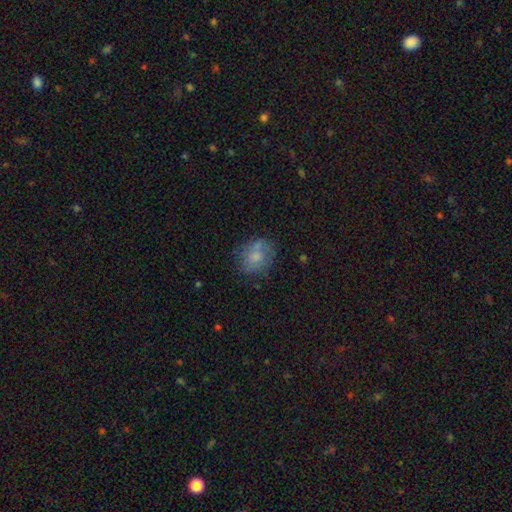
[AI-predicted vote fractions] Smooth or featured?
  - smooth: 64% *
  - featured or disk: 26%
  - star or artifact: 9%
How rounded?
  - round: 61% *
  - in between: 38%
  - cigar-shaped: 1%
Merging?
  - none: 63% *
  - minor disturbance: 23%
  - major disturbance: 9%
  - merger: 4%